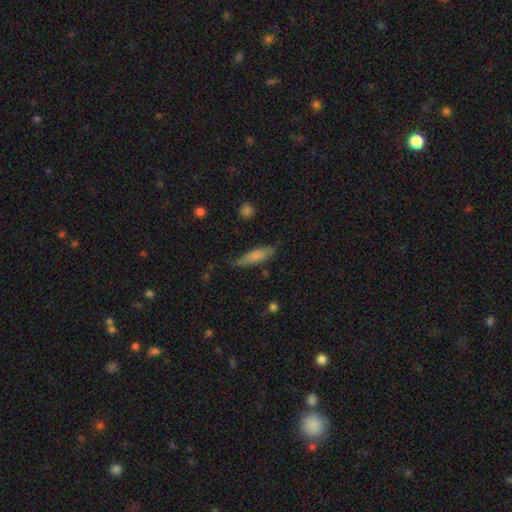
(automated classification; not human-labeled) A smooth galaxy with no disk features (76%) that is cigar-shaped (57%).

Vote fractions:
- Smooth or featured? smooth: 76% / featured or disk: 17% / star or artifact: 7%
- How rounded? cigar-shaped: 57% / in between: 40% / round: 2%
- Merging? none: 60% / minor disturbance: 30% / major disturbance: 7% / merger: 3%